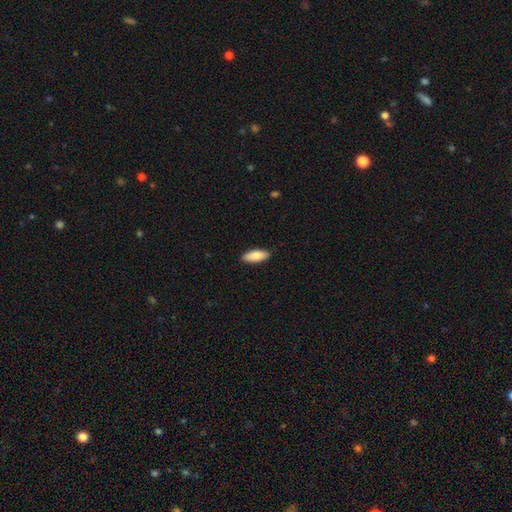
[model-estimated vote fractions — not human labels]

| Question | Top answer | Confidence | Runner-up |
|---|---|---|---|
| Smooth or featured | smooth | 86% | featured or disk (8%) |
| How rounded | in between | 76% | cigar-shaped (22%) |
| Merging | none | 89% | minor disturbance (8%) |